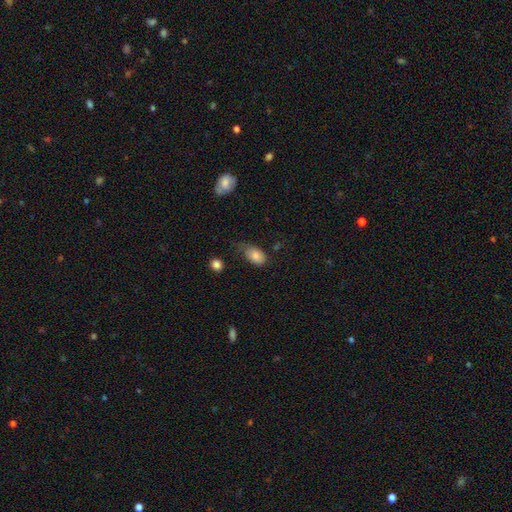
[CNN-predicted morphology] This is clearly a smooth galaxy (81%). How rounded: clearly in between (87%). Merging: possibly none (46%).